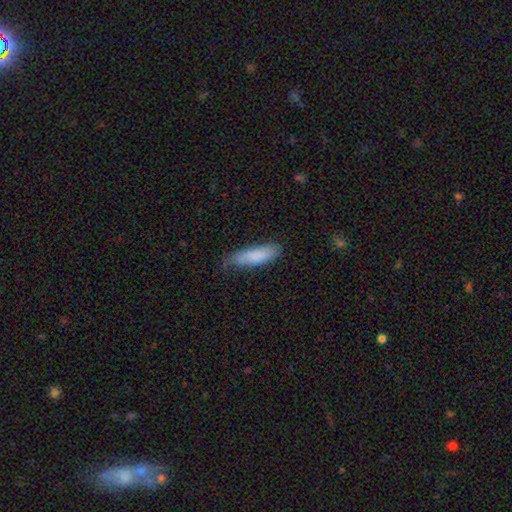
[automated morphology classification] smooth 84%, featured or disk 10%, star or artifact 6%. Down the decision tree: how rounded — cigar-shaped (59%); merging — none (61%).